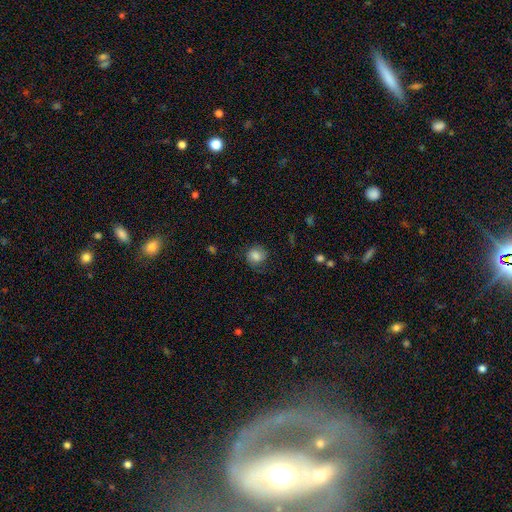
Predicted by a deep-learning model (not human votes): Smooth or featured?
  - smooth: 77% *
  - featured or disk: 13%
  - star or artifact: 9%
How rounded?
  - round: 77% *
  - in between: 22%
  - cigar-shaped: 1%
Merging?
  - none: 72% *
  - minor disturbance: 20%
  - major disturbance: 7%
  - merger: 1%